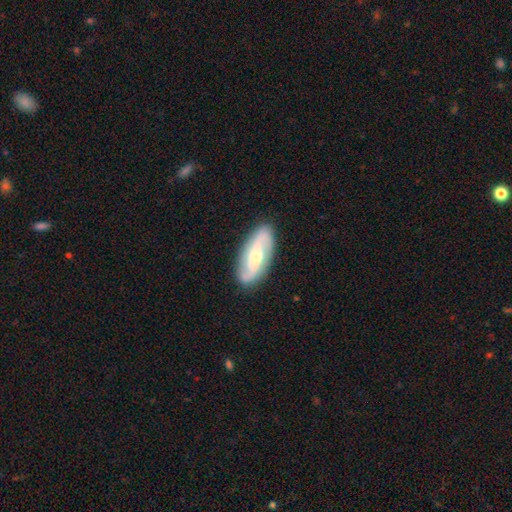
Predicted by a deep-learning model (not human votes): Morphology: type=featured or disk (74%); edge-on=no (92%); bar=weak (44%); spiral arms=yes (92%); winding=medium (42%); arm count=2 (89%); bulge=moderate (62%); merging=none (86%).